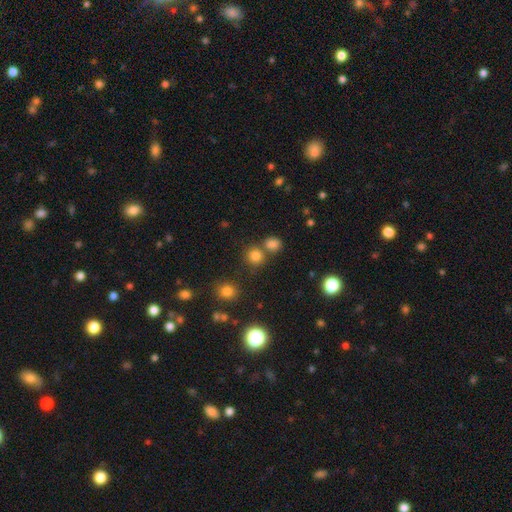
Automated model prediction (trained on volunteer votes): Morphology: type=smooth (79%); roundness=round (88%); merging=none (68%).